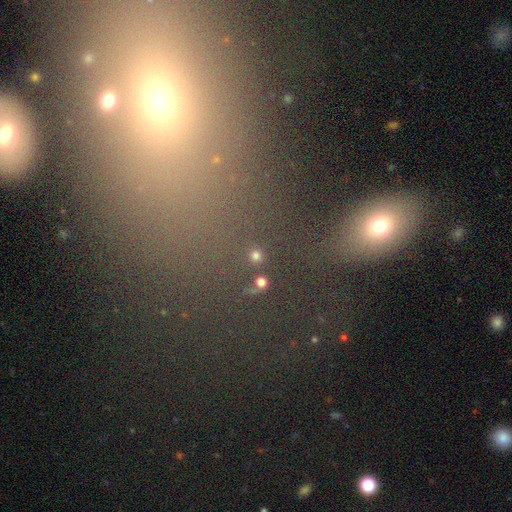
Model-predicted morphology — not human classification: This is likely a smooth galaxy (68%). How rounded: clearly round (93%). Merging: likely none (79%).